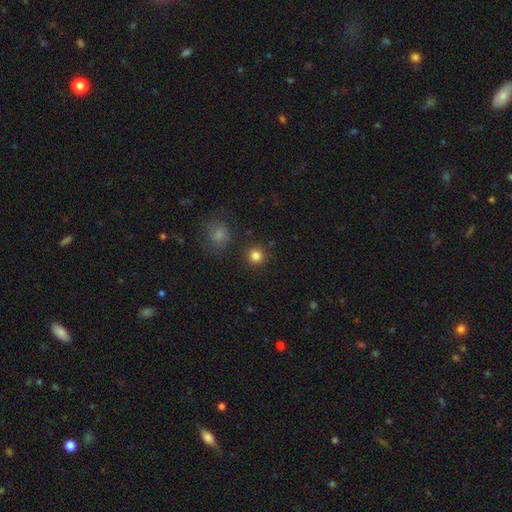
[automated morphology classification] smooth-or-featured: smooth: 84% | star or artifact: 12% | featured or disk: 4%
  how-rounded: round: 94% | in between: 5% | cigar-shaped: 1%
  merging: none: 89% | minor disturbance: 5% | merger: 3% | major disturbance: 2%